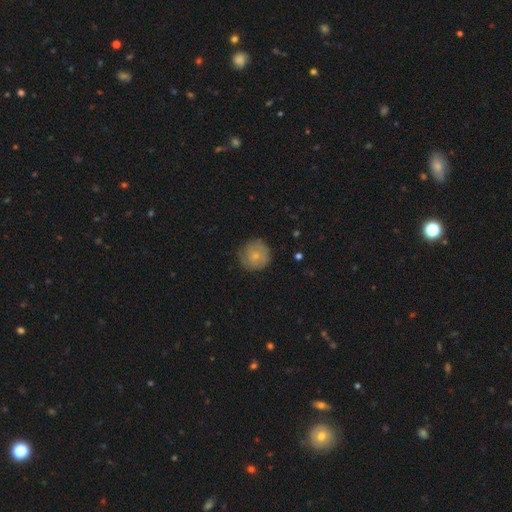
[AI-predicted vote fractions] This appears to be a smooth galaxy with no disk features (64%) that is round (93%). Merging: none (77%).